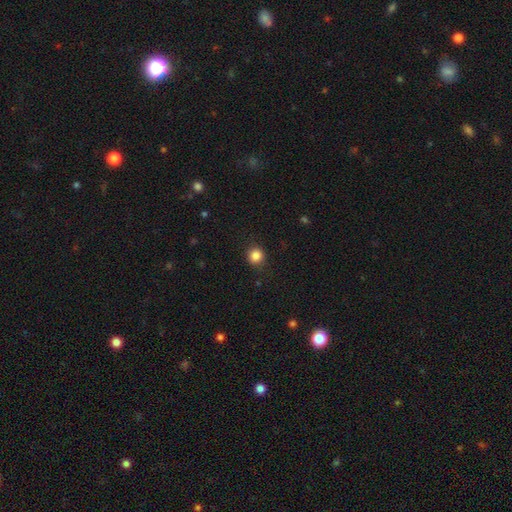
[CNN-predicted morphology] smooth_or_featured: smooth (p=0.85) [alt: star or artifact p=0.11]
how_rounded: round (p=0.90) [alt: in between p=0.09]
merging: none (p=0.90) [alt: minor disturbance p=0.07]